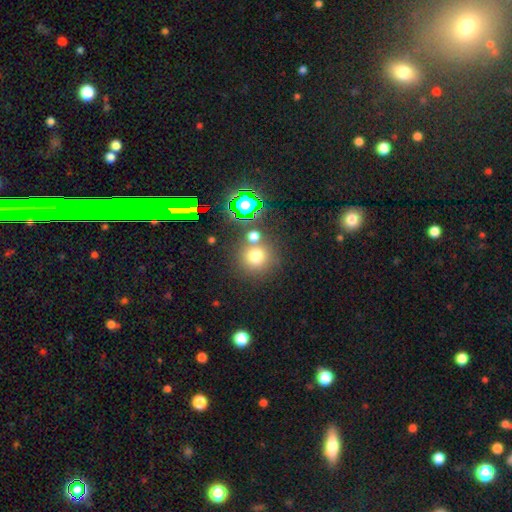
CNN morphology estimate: Smooth or featured: smooth — 70% (star or artifact — 21%)
How rounded: round — 93% (in between — 6%)
Merging: none — 69% (merger — 20%)